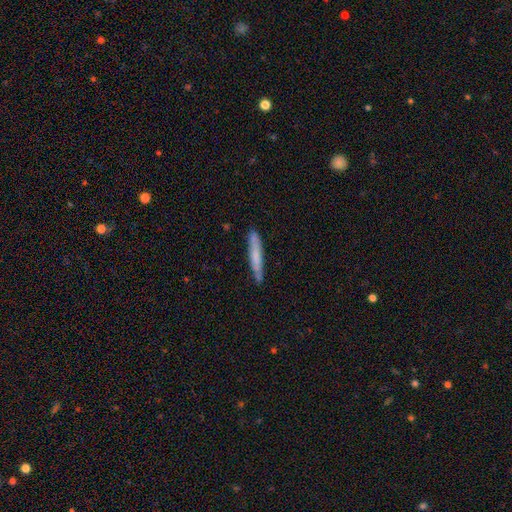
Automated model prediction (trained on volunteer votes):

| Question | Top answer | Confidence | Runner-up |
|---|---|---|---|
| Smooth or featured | smooth | 63% | featured or disk (31%) |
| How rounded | cigar-shaped | 95% | in between (4%) |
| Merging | none | 81% | minor disturbance (14%) |